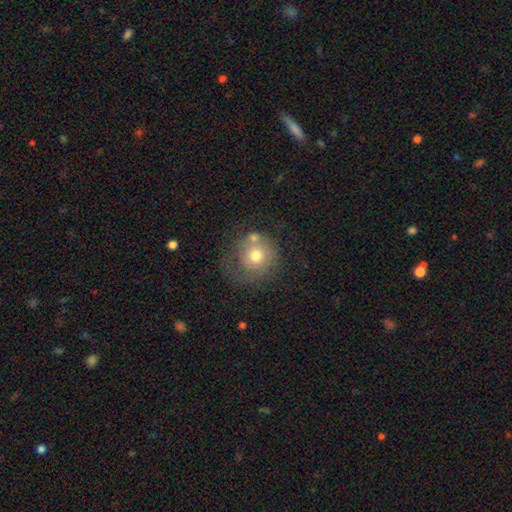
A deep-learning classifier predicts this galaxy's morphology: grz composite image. It shows a smooth galaxy with no disk features (55%) that is round (88%). Merging: none (43%).